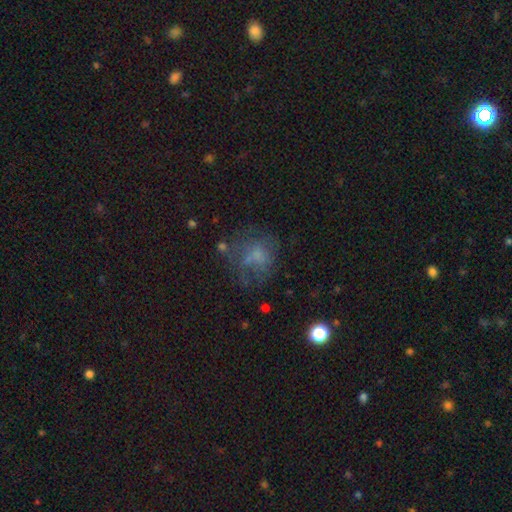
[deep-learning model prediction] smooth-or-featured: smooth: 47% | featured or disk: 35% | star or artifact: 19%
  merging: none: 45% | major disturbance: 28% | minor disturbance: 20% | merger: 7%